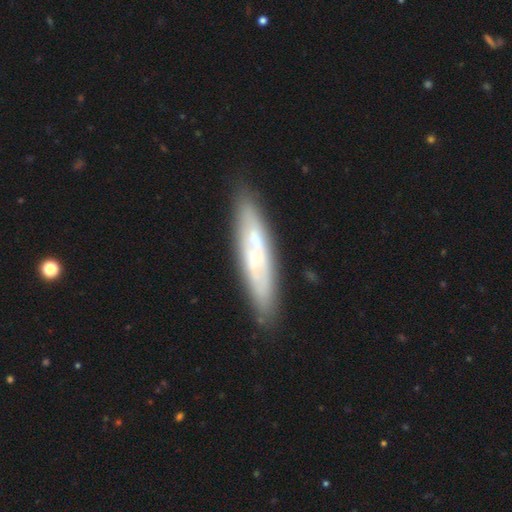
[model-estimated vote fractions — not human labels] A featured or disk galaxy (58%) viewed edge-on (50%, tied with no). Merging: none (78%).